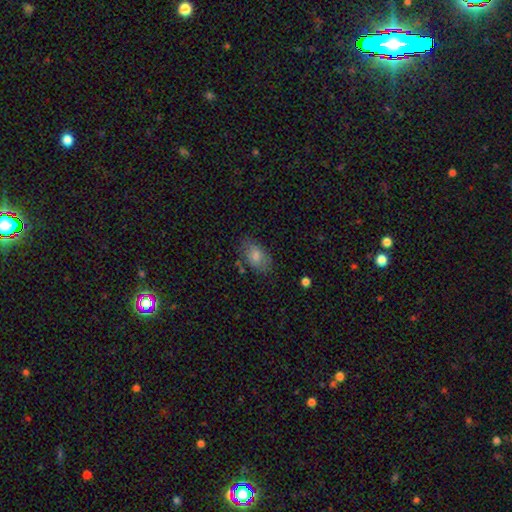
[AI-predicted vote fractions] smooth 79%, featured or disk 13%, star or artifact 8%. Down the decision tree: how rounded — in between (88%); merging — none (71%).